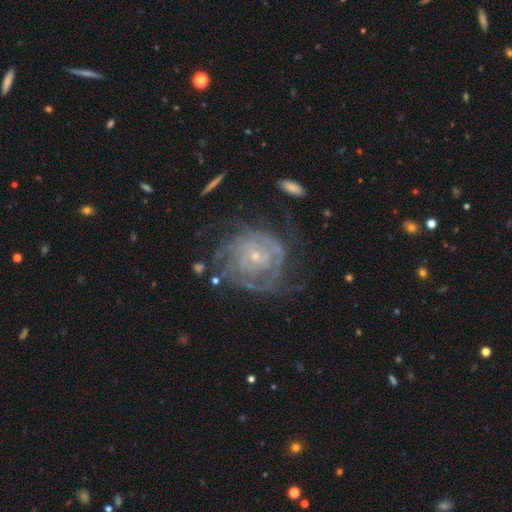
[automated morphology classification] featured or disk 82%, smooth 10%, star or artifact 8%. Down the decision tree: edge-on disk — no (97%); bar — no (77%); spiral arms — yes (90%); spiral arm count — can't tell (45%); spiral winding — tight (72%); bulge size — small (81%); merging — none (61%).